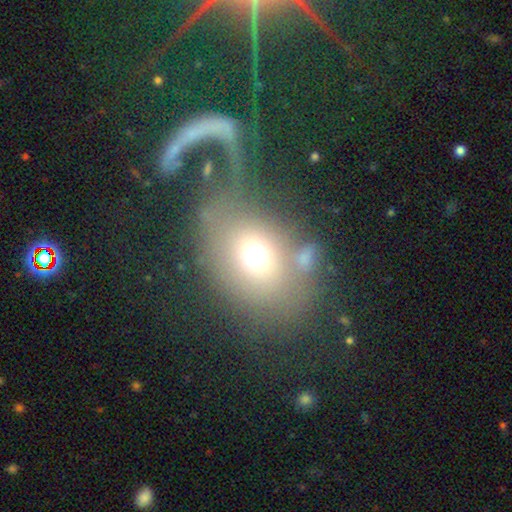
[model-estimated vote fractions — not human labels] smooth 63%, featured or disk 22%, star or artifact 15%. Down the decision tree: how rounded — in between (52%); merging — none (41%).